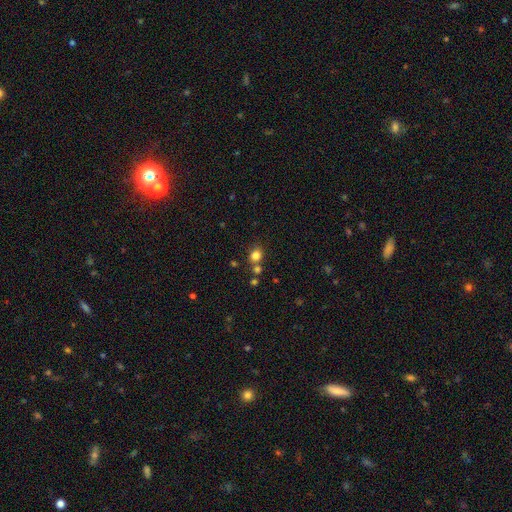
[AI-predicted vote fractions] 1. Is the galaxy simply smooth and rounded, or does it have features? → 81% smooth, 13% star or artifact, 6% featured or disk.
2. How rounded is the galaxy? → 65% round, 34% in between, 1% cigar-shaped.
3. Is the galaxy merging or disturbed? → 67% none, 18% merger, 11% minor disturbance, 4% major disturbance.